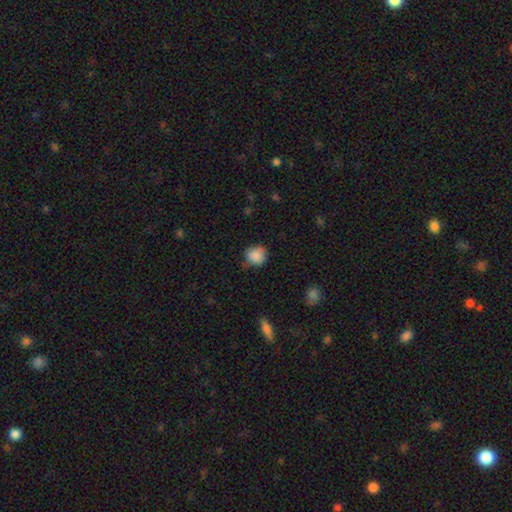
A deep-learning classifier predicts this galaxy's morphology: A smooth galaxy with no disk features (87%) that is round (83%). Merging: none (72%).